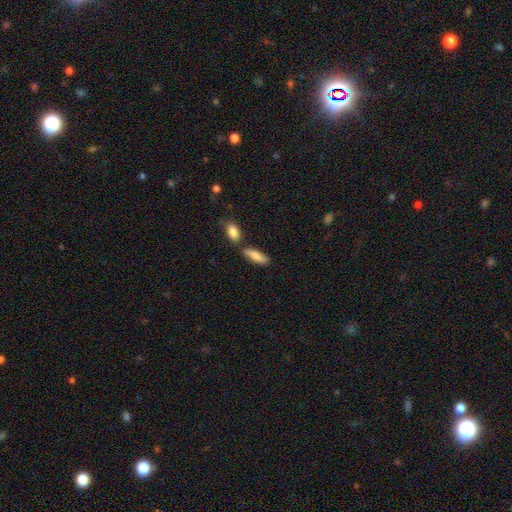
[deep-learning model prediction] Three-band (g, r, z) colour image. It shows a smooth galaxy with no disk features (82%) that is in between round and cigar-shaped (55%). Merging: none (70%).